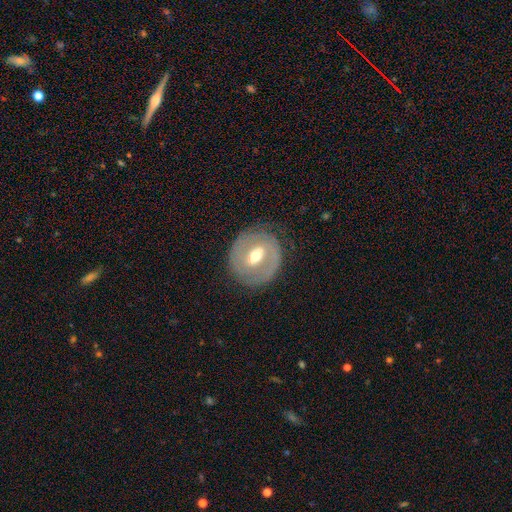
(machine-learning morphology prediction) smooth_or_featured: featured or disk (p=0.65) [alt: smooth p=0.28]
disk_edge_on: no (p=0.93) [alt: yes p=0.07]
bar: weak (p=0.46) [alt: strong p=0.30]
has_spiral_arms: no (p=0.52) [alt: yes p=0.48]
bulge_size: moderate (p=0.67) [alt: small p=0.23]
merging: none (p=0.77) [alt: minor disturbance p=0.14]